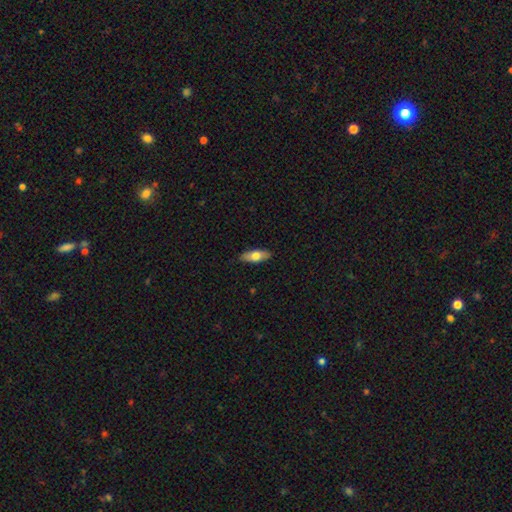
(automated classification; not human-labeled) A smooth galaxy with no disk features (67%) that is in between round and cigar-shaped (72%). Merging: none (89%).